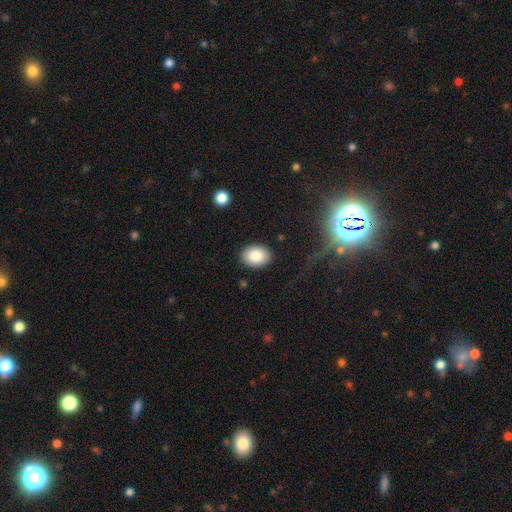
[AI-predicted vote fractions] smooth 85%, star or artifact 8%, featured or disk 7%. Down the decision tree: how rounded — in between (73%); merging — none (88%).